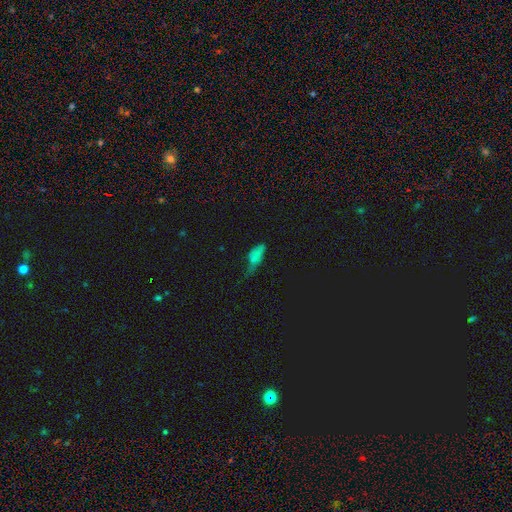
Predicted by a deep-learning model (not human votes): This is likely a smooth galaxy (62%). How rounded: likely in between (74%). Merging: marginally major disturbance (33%).